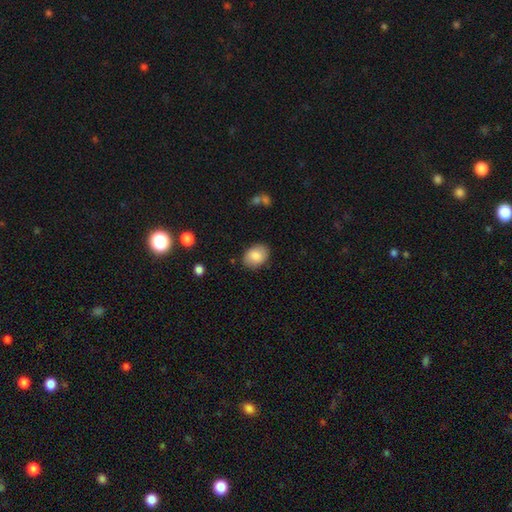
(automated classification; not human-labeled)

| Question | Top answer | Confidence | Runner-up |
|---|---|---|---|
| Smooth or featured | smooth | 85% | featured or disk (8%) |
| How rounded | in between | 74% | round (25%) |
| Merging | none | 83% | minor disturbance (12%) |